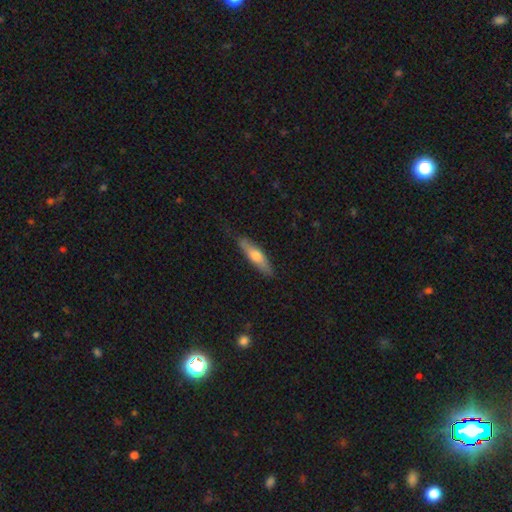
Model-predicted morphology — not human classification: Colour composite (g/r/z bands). It shows a smooth galaxy with no disk features (57%) that is cigar-shaped (69%). Merging: none (77%).